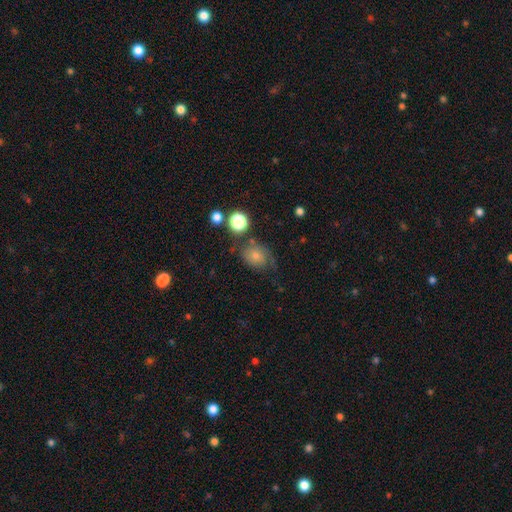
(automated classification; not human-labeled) This appears to be a smooth galaxy with no disk features (60%) that is round (53%). Merging: none (50%).